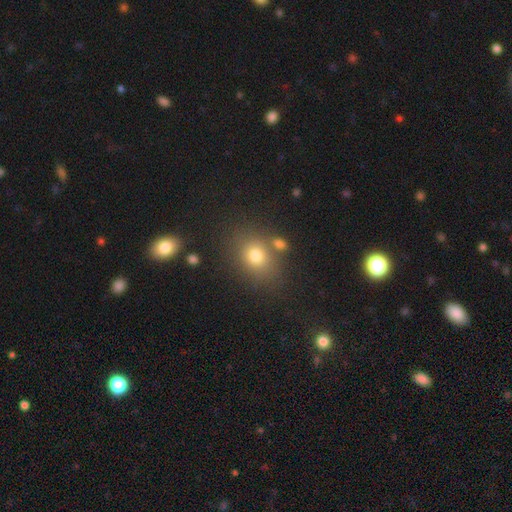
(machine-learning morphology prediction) Smooth or featured? Predicted: smooth (p=0.74). How rounded? Predicted: round (p=0.50). Merging? Predicted: none (p=0.70).